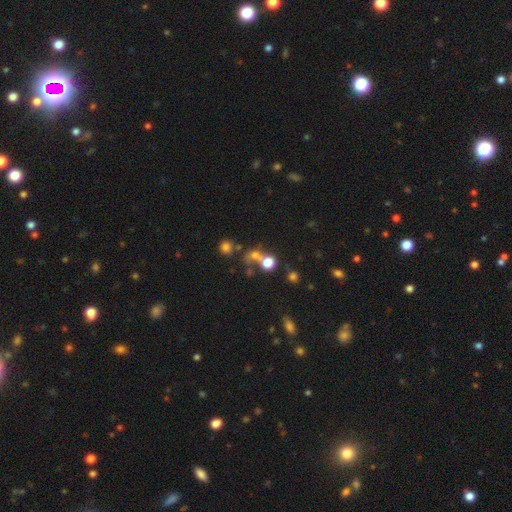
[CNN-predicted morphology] smooth-or-featured: smooth: 60% | star or artifact: 25% | featured or disk: 15%
  how-rounded: round: 79% | in between: 19% | cigar-shaped: 2%
  merging: none: 41% | merger: 39% | major disturbance: 10% | minor disturbance: 10%